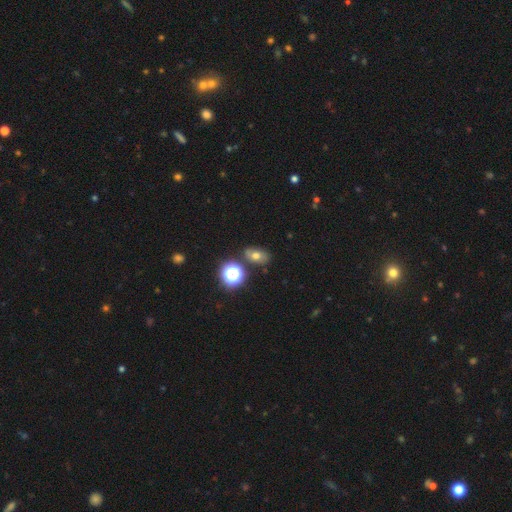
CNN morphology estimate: The model was most divided on "smooth or featured": smooth: 61%, star or artifact: 21%, featured or disk: 18%. More confident: merging — none (75%); how rounded — in between (74%).